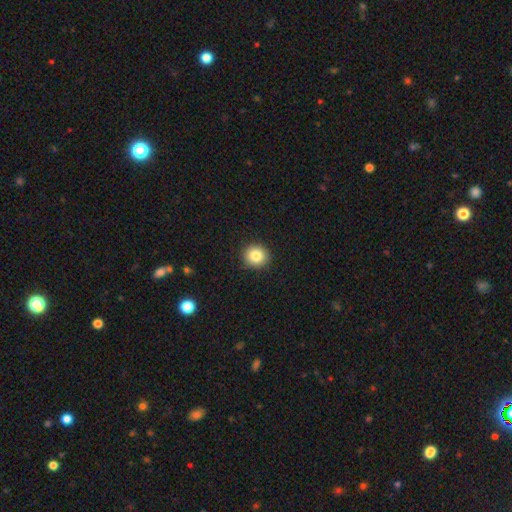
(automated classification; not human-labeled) This is clearly a smooth galaxy (83%). How rounded: clearly round (90%). Merging: clearly none (90%).